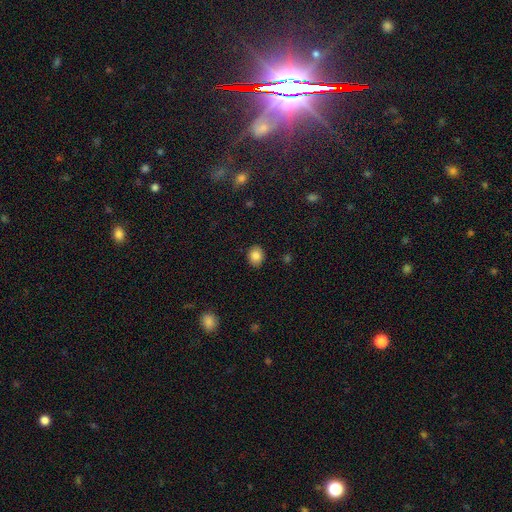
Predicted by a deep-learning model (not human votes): Overall: smooth (85%). How rounded: round (50%; in between 49%). Merging: none (88%).